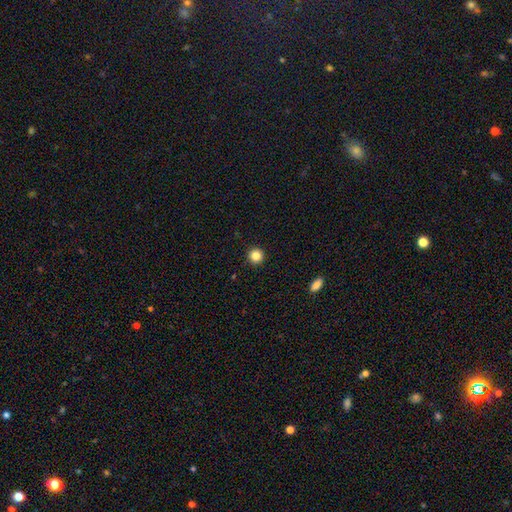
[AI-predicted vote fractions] smooth_or_featured: smooth (p=0.84) [alt: star or artifact p=0.11]
how_rounded: round (p=0.95) [alt: in between p=0.04]
merging: none (p=0.93) [alt: minor disturbance p=0.04]